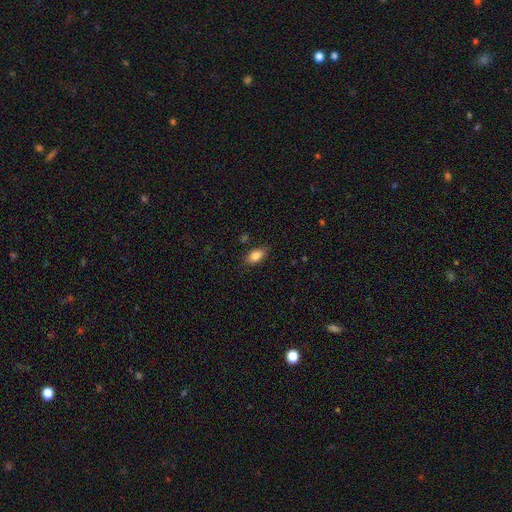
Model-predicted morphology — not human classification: A smooth galaxy with no disk features (83%) that is in between round and cigar-shaped (86%).

Vote fractions:
- Smooth or featured? smooth: 83% / star or artifact: 9% / featured or disk: 8%
- How rounded? in between: 86% / round: 8% / cigar-shaped: 6%
- Merging? none: 80% / minor disturbance: 15% / major disturbance: 3% / merger: 2%